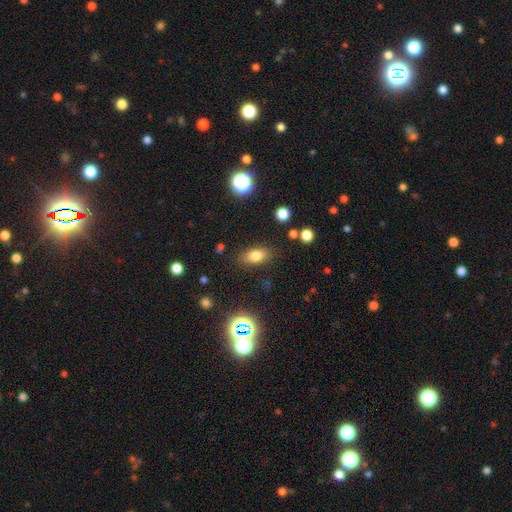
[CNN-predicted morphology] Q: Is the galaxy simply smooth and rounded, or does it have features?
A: smooth — 76%.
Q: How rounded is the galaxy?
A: in between — 82%.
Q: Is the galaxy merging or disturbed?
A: none — 84%.